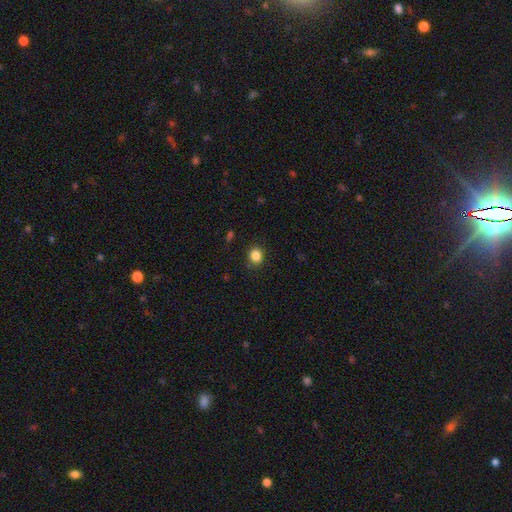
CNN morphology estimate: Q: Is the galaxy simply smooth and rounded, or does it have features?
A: smooth — 85%.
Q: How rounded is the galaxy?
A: round — 76%.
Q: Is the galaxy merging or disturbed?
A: none — 89%.